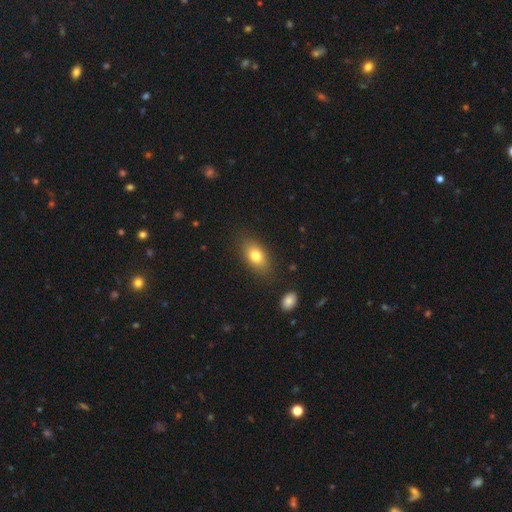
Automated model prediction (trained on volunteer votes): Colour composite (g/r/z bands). It shows a smooth galaxy with no disk features (78%) that is in between round and cigar-shaped (86%). Merging: none (83%).